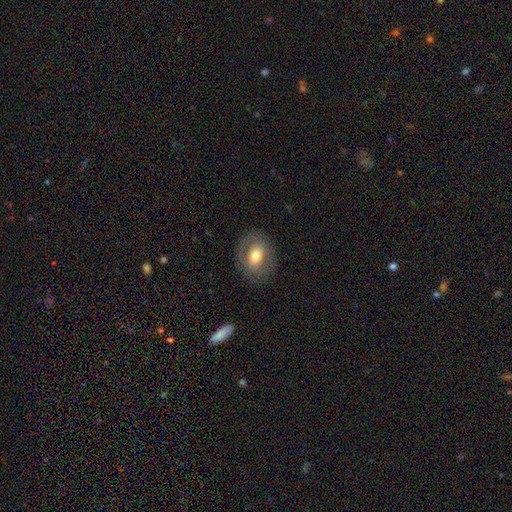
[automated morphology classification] type=smooth (58%); roundness=in between (58%); merging=none (81%).